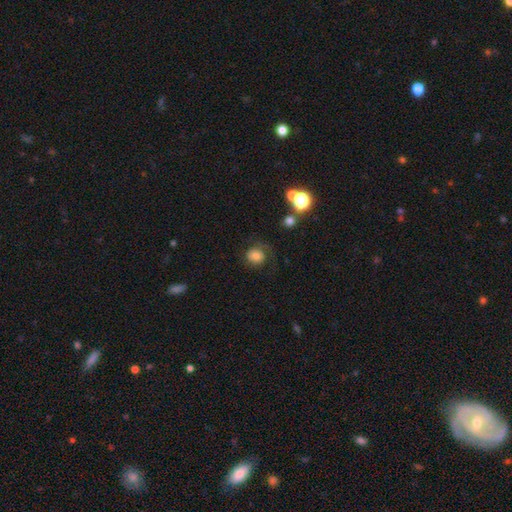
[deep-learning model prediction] smooth-or-featured: smooth: 65% | featured or disk: 24% | star or artifact: 11%
  how-rounded: round: 80% | in between: 19% | cigar-shaped: 1%
  merging: none: 58% | major disturbance: 20% | minor disturbance: 20% | merger: 2%